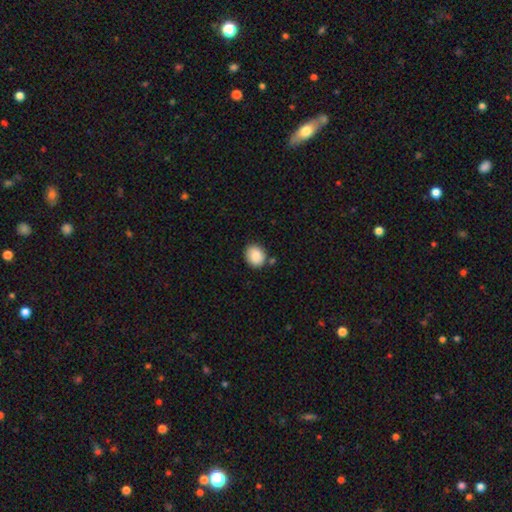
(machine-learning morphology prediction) Smooth or featured?
  - smooth: 87% *
  - star or artifact: 8%
  - featured or disk: 6%
How rounded?
  - round: 71% *
  - in between: 28%
  - cigar-shaped: 1%
Merging?
  - none: 77% *
  - minor disturbance: 13%
  - merger: 7%
  - major disturbance: 3%